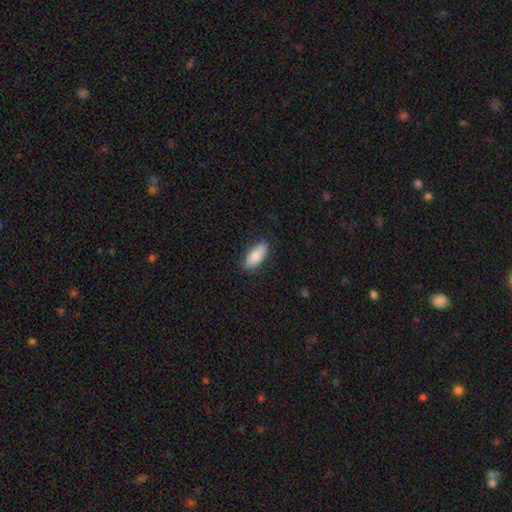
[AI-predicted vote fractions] Smooth or featured? Predicted: smooth (p=0.82). How rounded? Predicted: in between (p=0.80). Merging? Predicted: none (p=0.87).